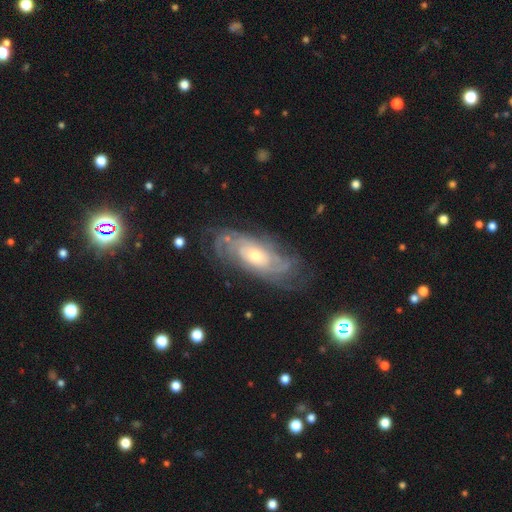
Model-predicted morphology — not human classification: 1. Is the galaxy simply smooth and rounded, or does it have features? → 85% featured or disk, 9% smooth, 6% star or artifact.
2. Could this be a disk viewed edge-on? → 91% no, 9% yes.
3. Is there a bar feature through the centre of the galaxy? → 71% no, 23% weak, 6% strong.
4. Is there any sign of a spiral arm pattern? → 95% yes, 5% no.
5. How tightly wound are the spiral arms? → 68% tight, 25% medium, 7% loose.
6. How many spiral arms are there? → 44% can't tell, 16% 2, 14% 3, 13% 4, 8% more than 4, 5% 1.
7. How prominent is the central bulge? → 55% moderate, 36% small, 7% large, 1% none, 1% dominant.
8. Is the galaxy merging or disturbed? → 74% none, 17% minor disturbance, 8% major disturbance, 2% merger.